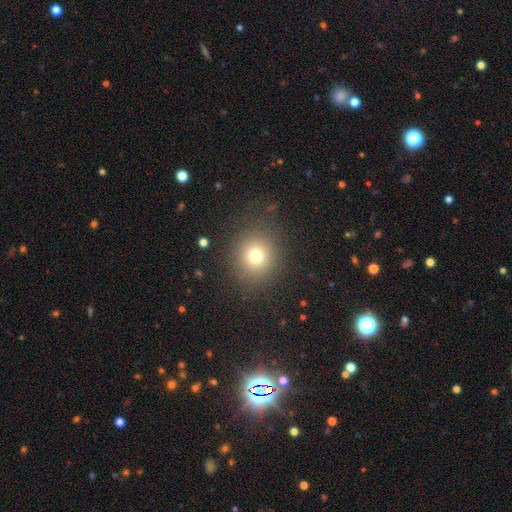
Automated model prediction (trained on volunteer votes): The model was most divided on "smooth or featured": smooth: 74%, star or artifact: 16%, featured or disk: 10%. More confident: how rounded — round (88%); merging — none (86%).